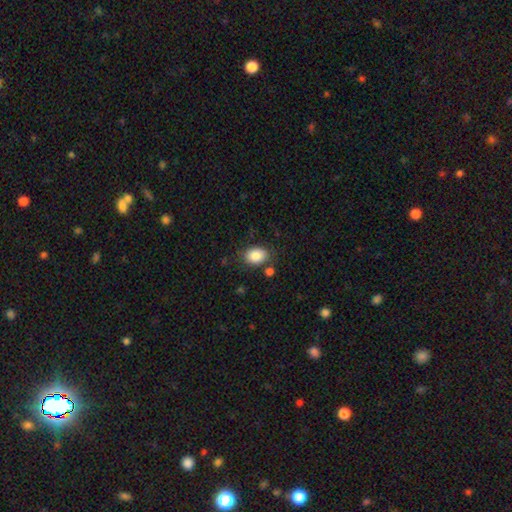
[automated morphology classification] A smooth galaxy with no disk features (86%) that is in between round and cigar-shaped (70%). Merging: none (78%).